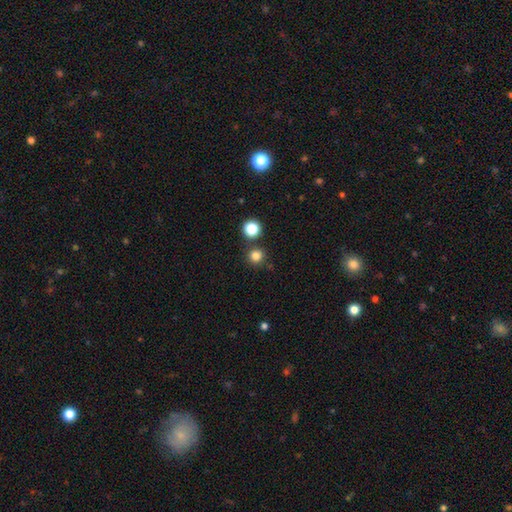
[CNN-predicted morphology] The model was most divided on "smooth or featured": smooth: 80%, star or artifact: 15%, featured or disk: 5%. More confident: how rounded — round (93%); merging — none (83%).